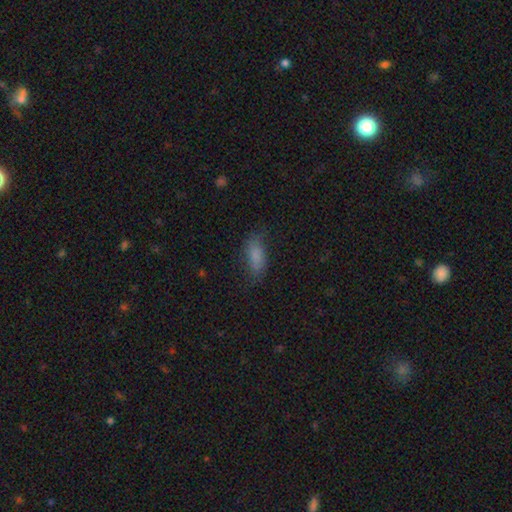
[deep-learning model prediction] Smooth or featured: smooth — 80% (featured or disk — 10%)
How rounded: in between — 81% (cigar-shaped — 16%)
Merging: none — 66% (minor disturbance — 23%)